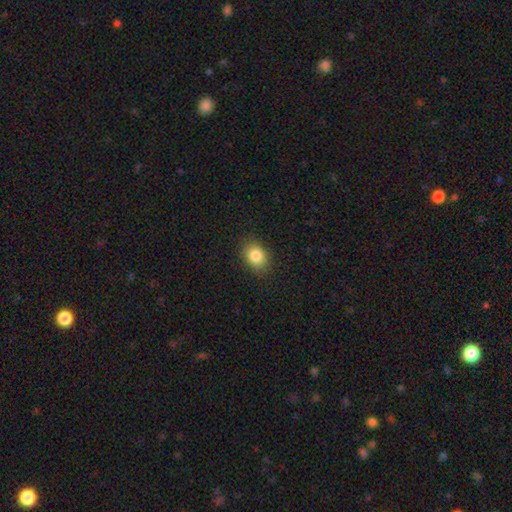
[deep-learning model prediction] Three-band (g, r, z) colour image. It shows a smooth galaxy with no disk features (85%) that is in between round and cigar-shaped (59%). Merging: none (86%).